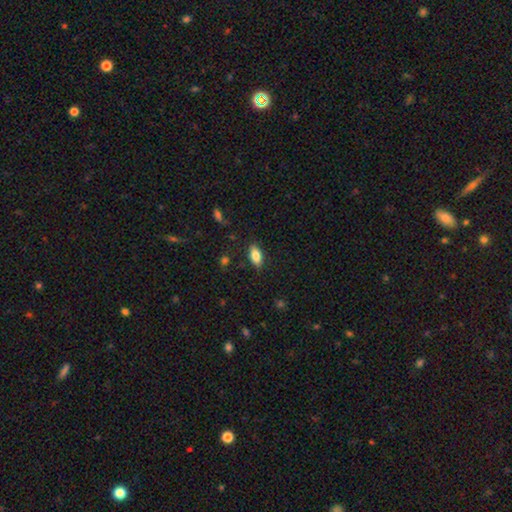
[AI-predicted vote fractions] Q: Smooth or featured?
A: smooth (83%); runner-up: featured or disk (9%)
Q: How rounded?
A: in between (89%); runner-up: cigar-shaped (8%)
Q: Merging?
A: none (85%); runner-up: minor disturbance (11%)